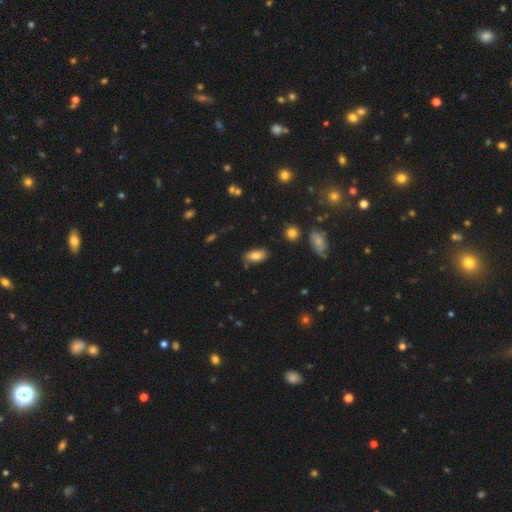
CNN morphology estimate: This is likely a smooth galaxy (78%). How rounded: clearly in between (91%). Merging: clearly none (80%).